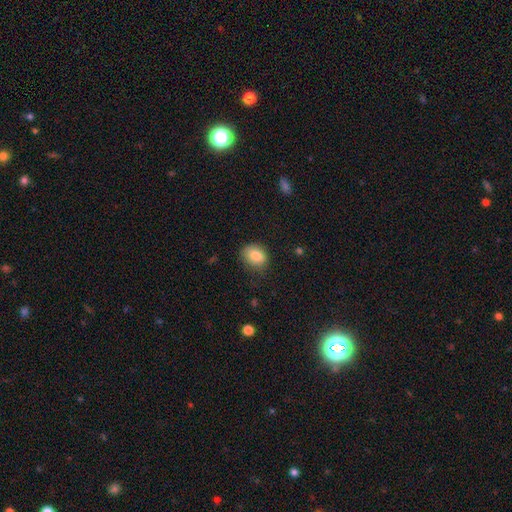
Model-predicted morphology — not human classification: The model was most divided on "how rounded": in between: 59%, round: 40%, cigar-shaped: 1%. More confident: smooth or featured — smooth (83%); merging — none (76%).